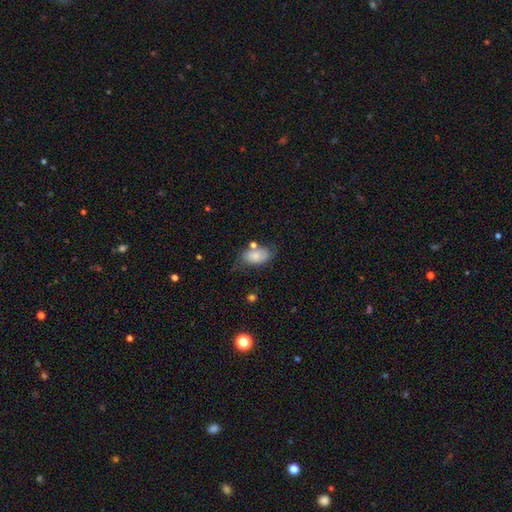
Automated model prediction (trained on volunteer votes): The model was most divided on "merging": none: 54%, minor disturbance: 26%, merger: 11%, major disturbance: 9%. More confident: how rounded — in between (91%); smooth or featured — smooth (75%).